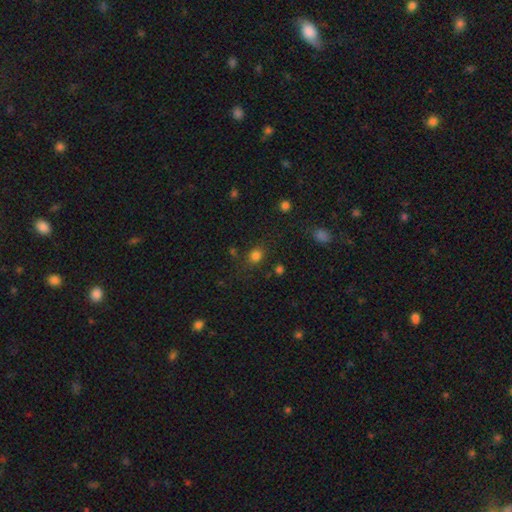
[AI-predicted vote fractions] Smooth or featured?
  - smooth: 79% *
  - star or artifact: 16%
  - featured or disk: 5%
How rounded?
  - round: 62% *
  - in between: 37%
  - cigar-shaped: 1%
Merging?
  - none: 78% *
  - minor disturbance: 13%
  - major disturbance: 5%
  - merger: 4%